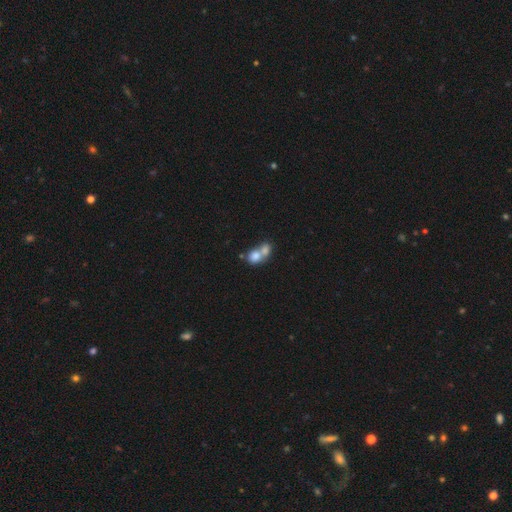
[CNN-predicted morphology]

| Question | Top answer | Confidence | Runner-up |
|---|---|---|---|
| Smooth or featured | smooth | 75% | featured or disk (16%) |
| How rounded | round | 61% | in between (37%) |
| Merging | merger | 71% | none (20%) |